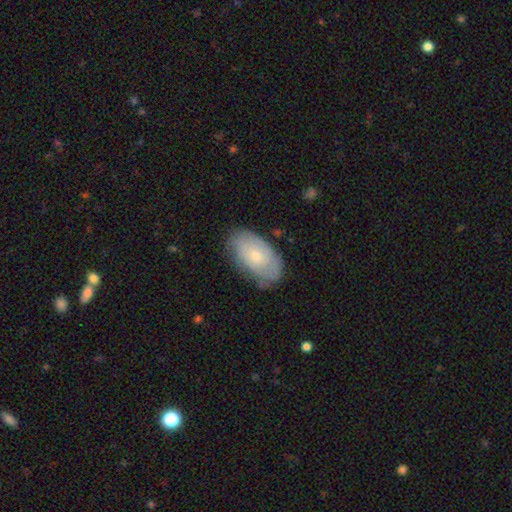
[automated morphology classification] smooth-or-featured: smooth: 56% | featured or disk: 38% | star or artifact: 6%
  how-rounded: in between: 94% | round: 5% | cigar-shaped: 2%
  merging: none: 70% | minor disturbance: 23% | major disturbance: 5% | merger: 1%